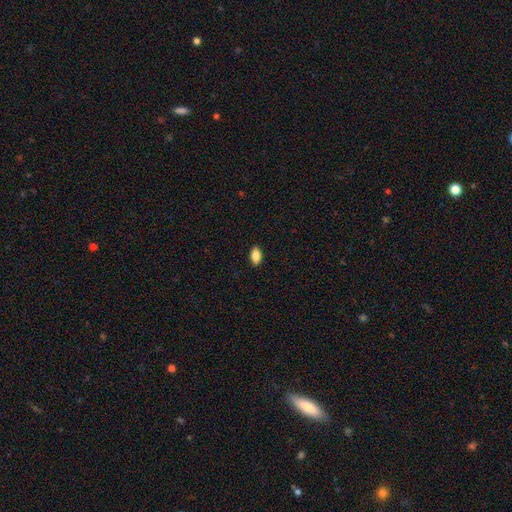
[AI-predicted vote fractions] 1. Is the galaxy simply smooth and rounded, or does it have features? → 83% smooth, 9% featured or disk, 8% star or artifact.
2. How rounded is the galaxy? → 90% in between, 6% cigar-shaped, 4% round.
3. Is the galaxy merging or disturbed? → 89% none, 8% minor disturbance, 2% major disturbance, 1% merger.